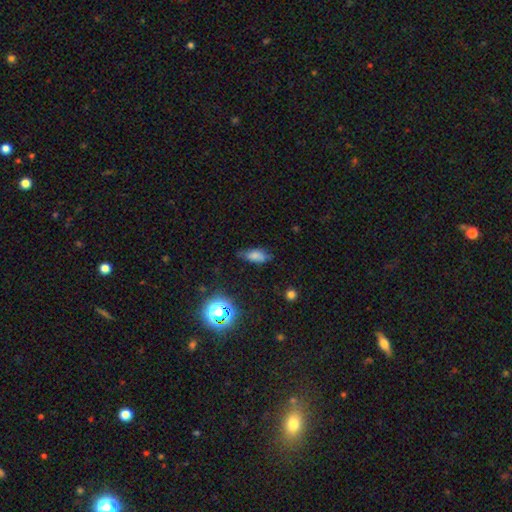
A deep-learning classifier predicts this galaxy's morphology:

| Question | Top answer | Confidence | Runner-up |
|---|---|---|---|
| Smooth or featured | smooth | 71% | star or artifact (15%) |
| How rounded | in between | 80% | cigar-shaped (15%) |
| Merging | none | 63% | minor disturbance (27%) |